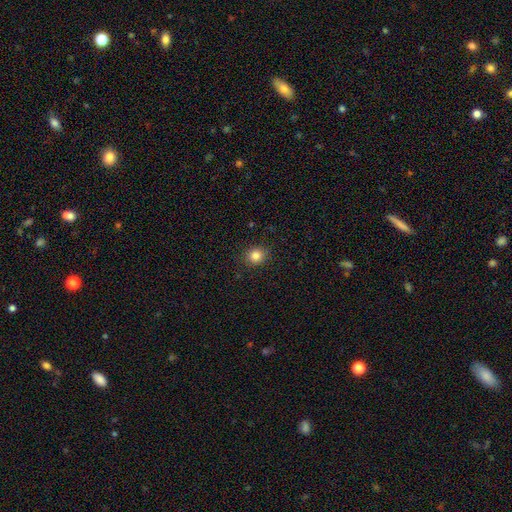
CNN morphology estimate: A smooth galaxy with no disk features (84%) that is round (77%).

Vote fractions:
- Smooth or featured? smooth: 84% / star or artifact: 11% / featured or disk: 5%
- How rounded? round: 77% / in between: 22% / cigar-shaped: 1%
- Merging? none: 89% / minor disturbance: 8% / major disturbance: 2% / merger: 1%